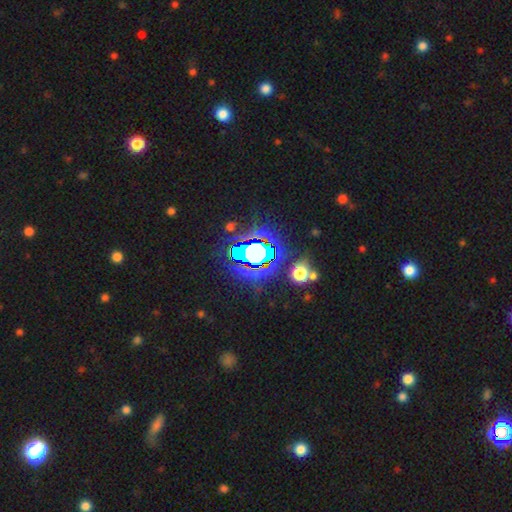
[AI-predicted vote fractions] smooth_or_featured: star or artifact (p=0.77) [alt: smooth p=0.13]